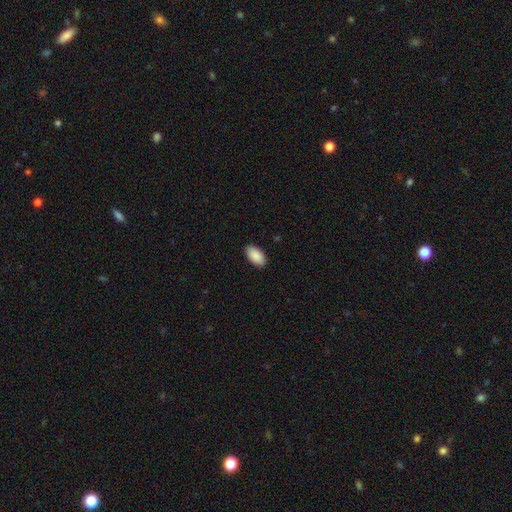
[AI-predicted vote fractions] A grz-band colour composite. It shows a smooth galaxy with no disk features (91%) that is in between round and cigar-shaped (95%). Merging: none (89%).